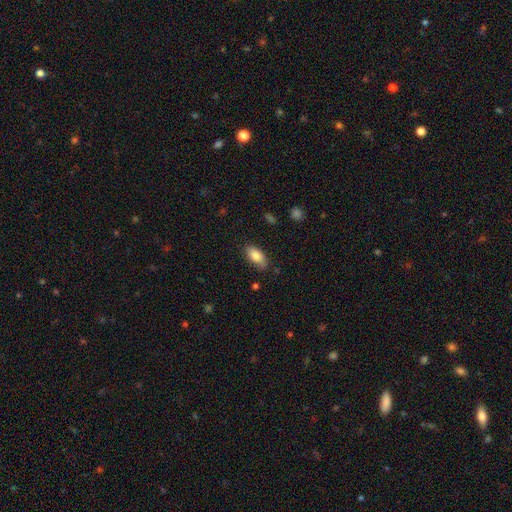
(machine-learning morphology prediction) Smooth or featured? Predicted: smooth (p=0.84). How rounded? Predicted: in between (p=0.90). Merging? Predicted: none (p=0.80).